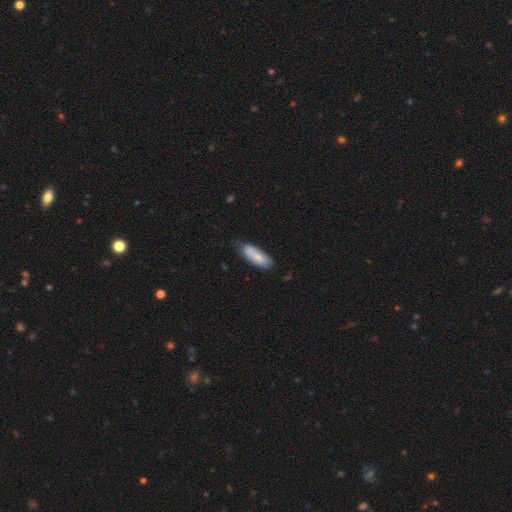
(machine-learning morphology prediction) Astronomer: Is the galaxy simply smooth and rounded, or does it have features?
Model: smooth — 77%.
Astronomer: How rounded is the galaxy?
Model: in between — 66%.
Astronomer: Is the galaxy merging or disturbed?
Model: none — 67%.